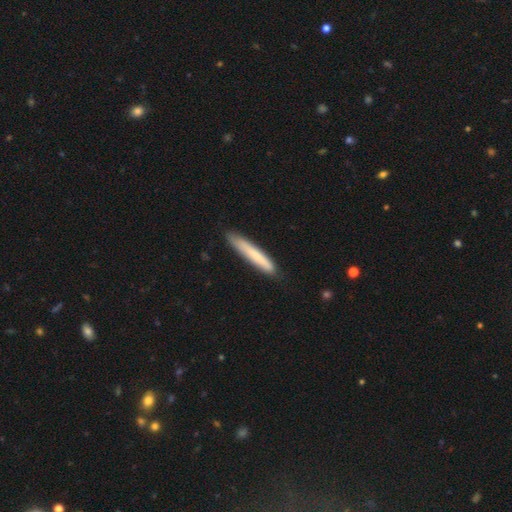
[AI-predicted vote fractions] smooth_or_featured: smooth (p=0.74) [alt: featured or disk p=0.21]
how_rounded: cigar-shaped (p=0.94) [alt: in between p=0.04]
merging: none (p=0.84) [alt: minor disturbance p=0.13]